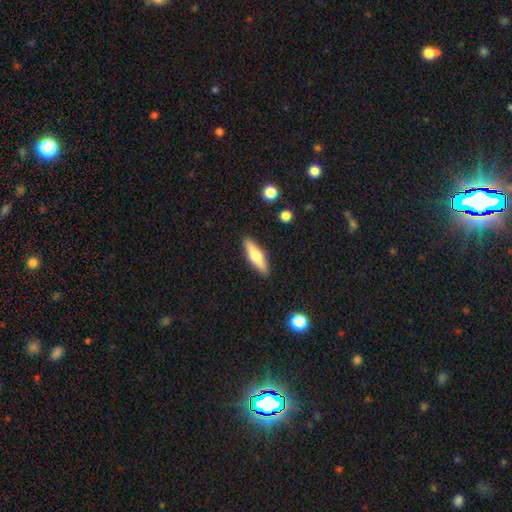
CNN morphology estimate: Smooth or featured? Predicted: smooth (p=0.53). How rounded? Predicted: cigar-shaped (p=0.66). Merging? Predicted: none (p=0.89).